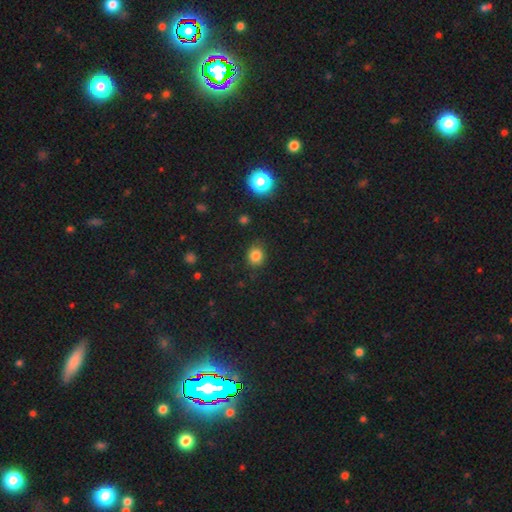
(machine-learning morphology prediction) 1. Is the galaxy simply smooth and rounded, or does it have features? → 82% smooth, 13% star or artifact, 5% featured or disk.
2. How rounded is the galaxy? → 78% round, 21% in between, 1% cigar-shaped.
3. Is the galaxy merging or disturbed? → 85% none, 11% minor disturbance, 3% major disturbance, 2% merger.